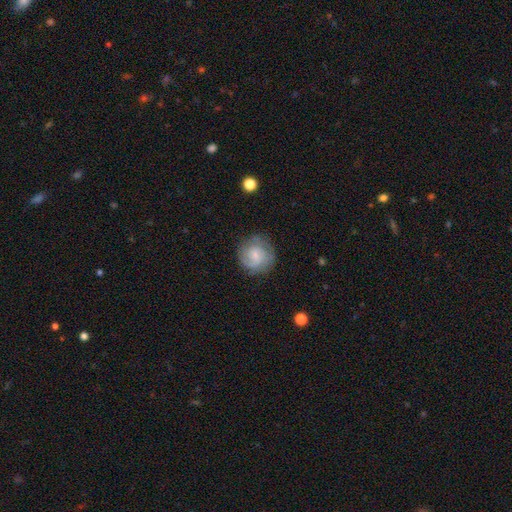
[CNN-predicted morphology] type=featured or disk (57%); edge-on=no (98%); bar=no (60%); spiral arms=yes (88%); bulge=small (67%); merging=none (73%).